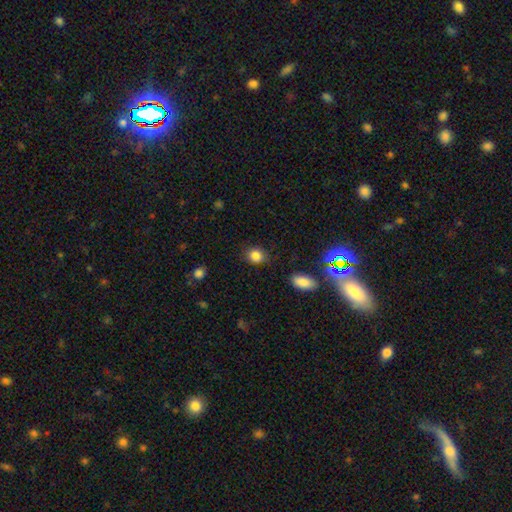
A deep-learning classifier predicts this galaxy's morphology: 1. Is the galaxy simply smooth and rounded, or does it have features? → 84% smooth, 11% star or artifact, 5% featured or disk.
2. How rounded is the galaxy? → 65% round, 34% in between, 1% cigar-shaped.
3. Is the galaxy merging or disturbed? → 79% none, 15% minor disturbance, 3% major disturbance, 2% merger.